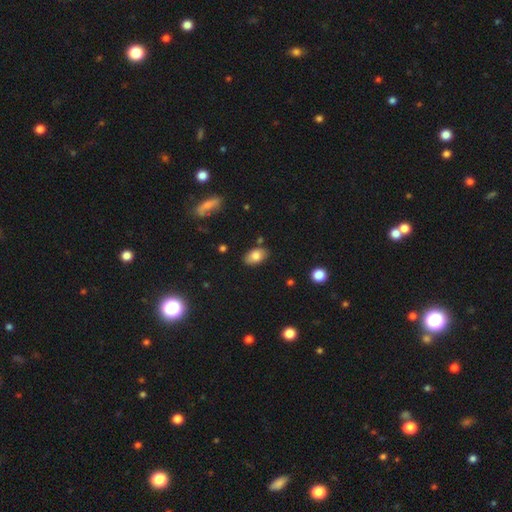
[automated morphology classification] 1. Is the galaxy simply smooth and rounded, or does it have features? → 80% smooth, 12% featured or disk, 8% star or artifact.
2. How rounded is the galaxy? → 90% in between, 9% round, 2% cigar-shaped.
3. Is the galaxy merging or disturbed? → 82% none, 13% minor disturbance, 3% merger, 2% major disturbance.